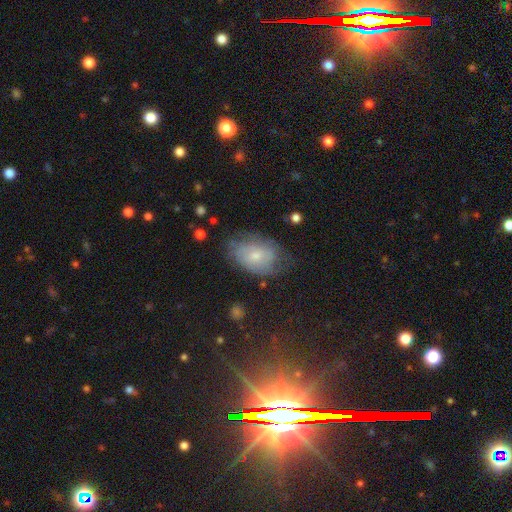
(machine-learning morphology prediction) This is possibly a smooth galaxy (46%). Merging: possibly none (58%).